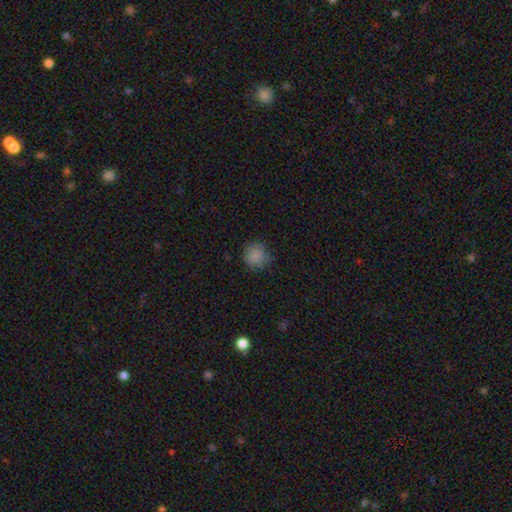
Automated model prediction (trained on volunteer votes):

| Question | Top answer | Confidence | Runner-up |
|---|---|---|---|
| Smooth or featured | smooth | 84% | star or artifact (11%) |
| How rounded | round | 90% | in between (9%) |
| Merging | none | 79% | minor disturbance (16%) |